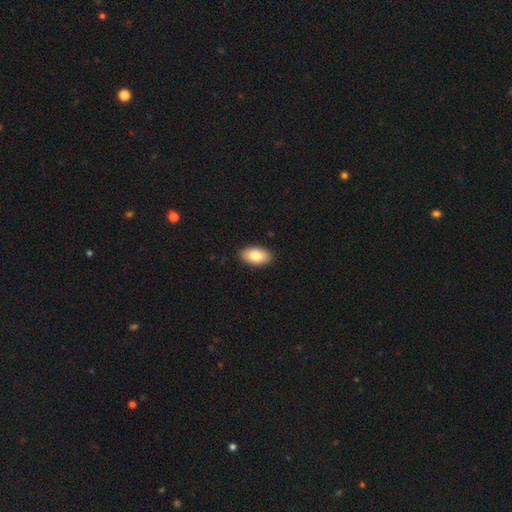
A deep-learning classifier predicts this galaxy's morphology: Smooth or featured: smooth — 83% (featured or disk — 11%)
How rounded: in between — 95% (round — 4%)
Merging: none — 90% (minor disturbance — 7%)